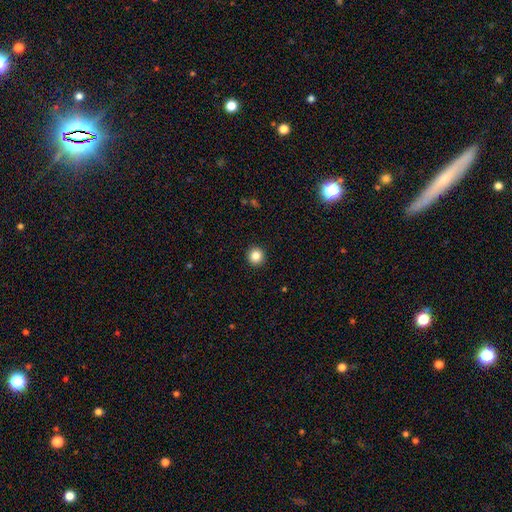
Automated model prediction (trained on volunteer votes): The model was most divided on "smooth or featured": smooth: 85%, star or artifact: 11%, featured or disk: 5%. More confident: how rounded — round (95%); merging — none (93%).